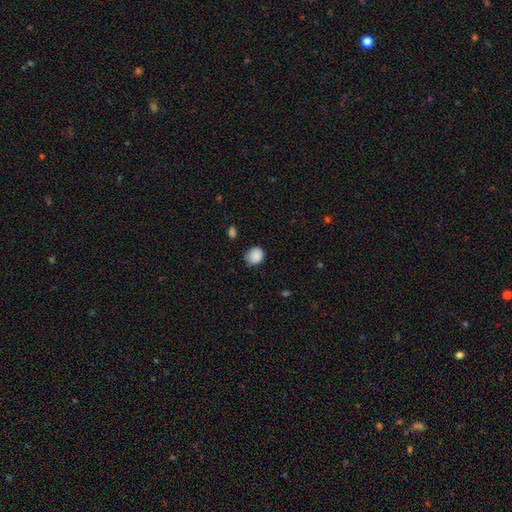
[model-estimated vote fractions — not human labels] A smooth galaxy with no disk features (87%) that is round (76%).

Vote fractions:
- Smooth or featured? smooth: 87% / star or artifact: 8% / featured or disk: 5%
- How rounded? round: 76% / in between: 23% / cigar-shaped: 1%
- Merging? none: 72% / minor disturbance: 23% / major disturbance: 4% / merger: 2%